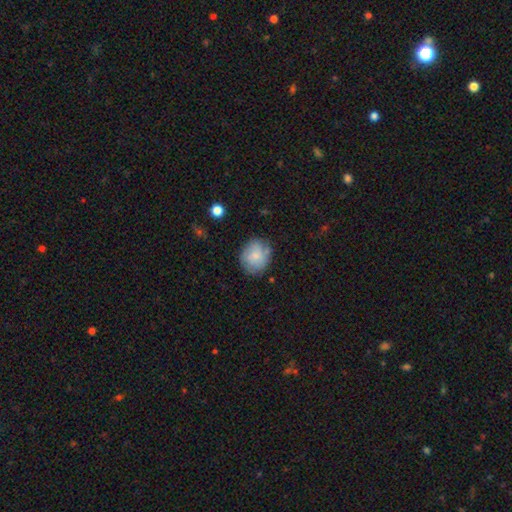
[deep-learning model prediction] smooth_or_featured: smooth (p=0.73) [alt: featured or disk p=0.19]
how_rounded: round (p=0.72) [alt: in between p=0.27]
merging: none (p=0.72) [alt: minor disturbance p=0.20]